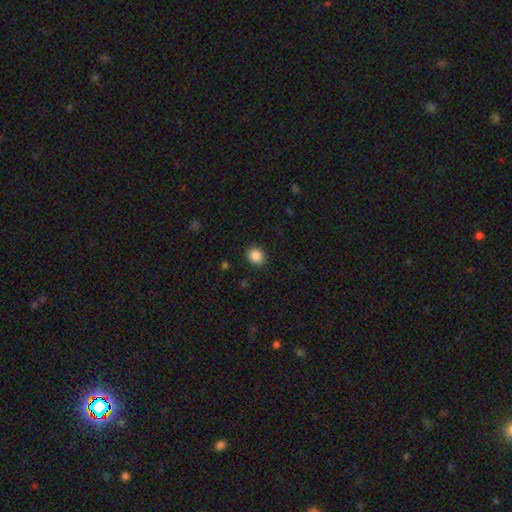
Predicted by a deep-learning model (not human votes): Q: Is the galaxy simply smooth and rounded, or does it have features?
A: smooth — 87%.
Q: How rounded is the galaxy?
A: round — 69%.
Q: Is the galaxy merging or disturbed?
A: none — 89%.